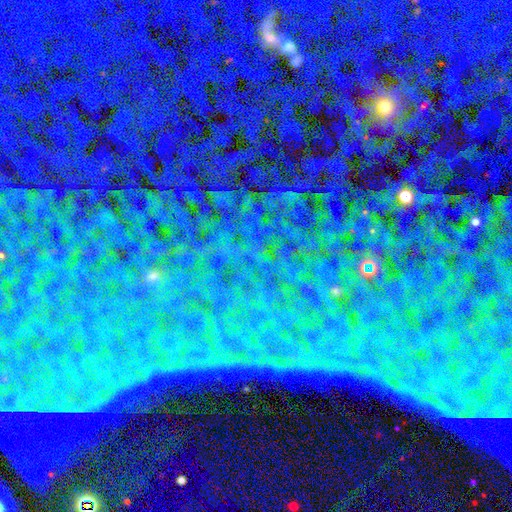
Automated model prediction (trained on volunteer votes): star or artifact 86%, smooth 7%, featured or disk 7%.